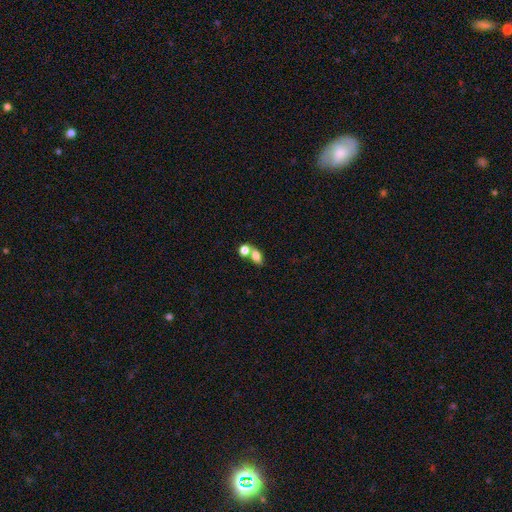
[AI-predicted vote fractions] Smooth or featured? smooth (78%)
How rounded? in between (74%)
Merging? merger (47%)